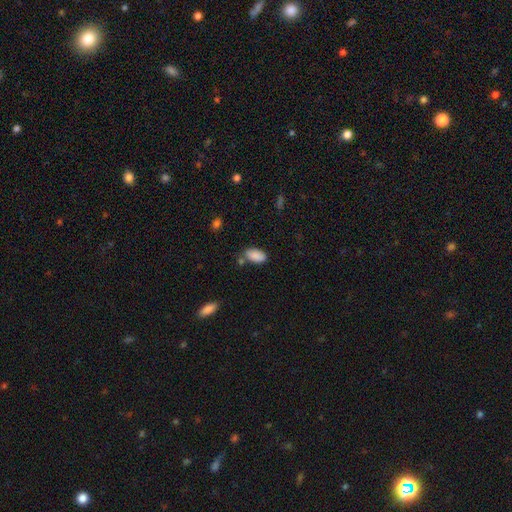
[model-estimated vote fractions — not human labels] Overall: smooth (89%). How rounded: in between (94%). Merging: none (72%).